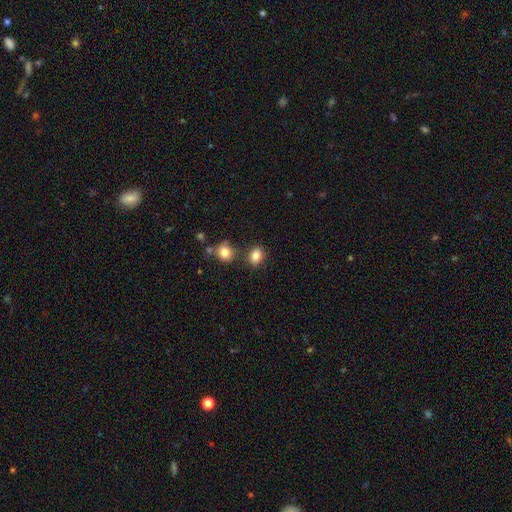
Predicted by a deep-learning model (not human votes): Smooth or featured? smooth (84%)
How rounded? in between (61%)
Merging? none (74%)